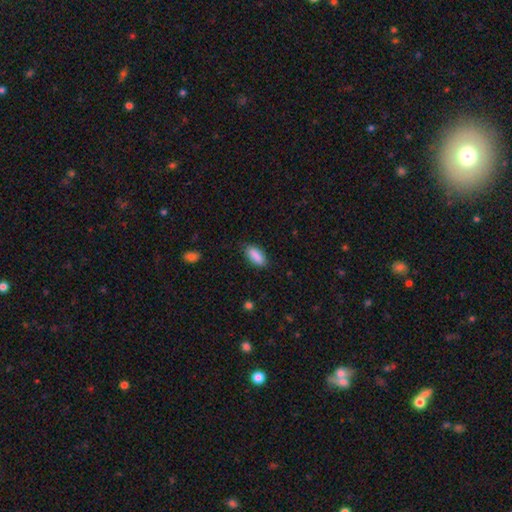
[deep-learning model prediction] Overall: smooth (89%). How rounded: in between (85%). Merging: none (82%).